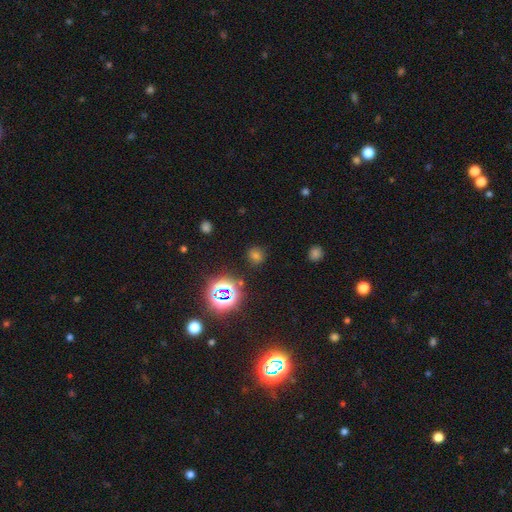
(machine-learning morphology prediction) A smooth galaxy with no disk features (56%) that is round (84%). Merging: none (84%).